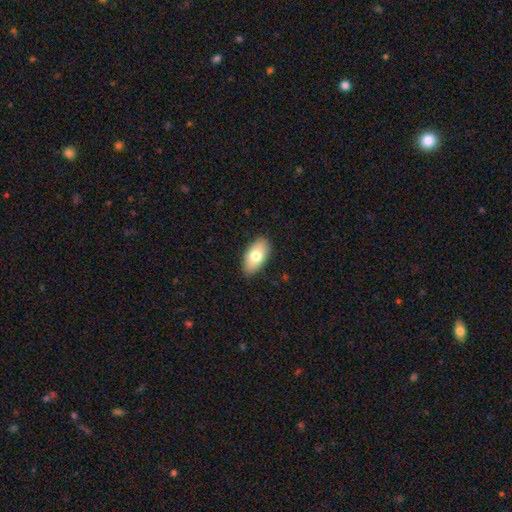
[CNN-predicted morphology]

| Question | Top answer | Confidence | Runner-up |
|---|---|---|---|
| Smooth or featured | smooth | 75% | featured or disk (19%) |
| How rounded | in between | 94% | round (3%) |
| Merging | none | 87% | minor disturbance (10%) |